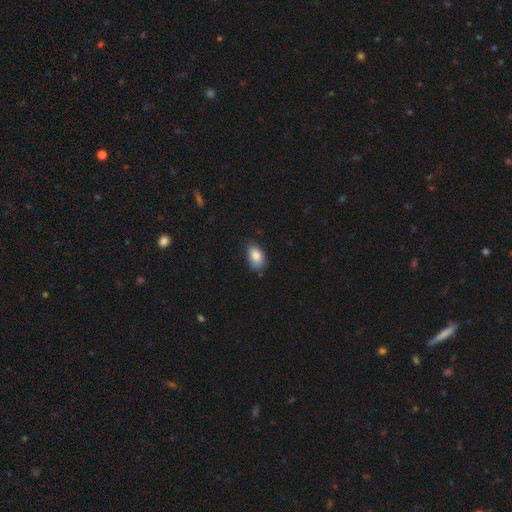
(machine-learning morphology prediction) Smooth or featured? smooth (84%)
How rounded? in between (89%)
Merging? none (69%)